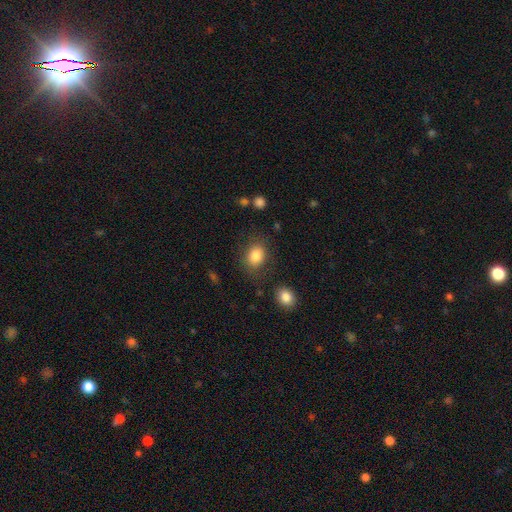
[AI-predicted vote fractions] This is clearly a smooth galaxy (84%). How rounded: possibly in between (51%). Merging: likely none (77%).